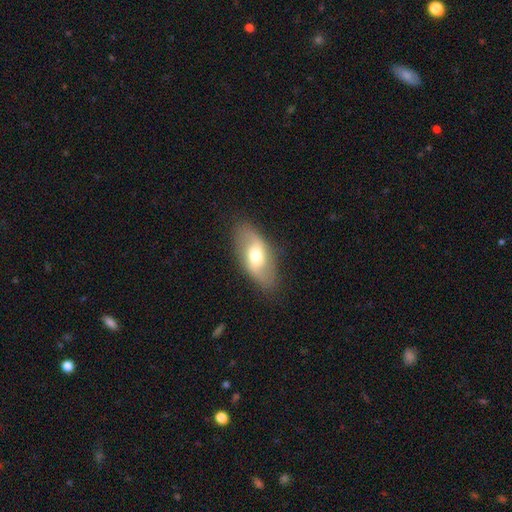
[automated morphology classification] This appears to be a featured or disk galaxy (57%). Merging: none (82%).